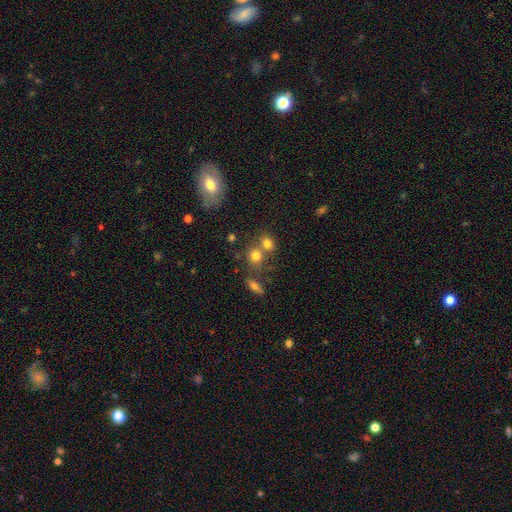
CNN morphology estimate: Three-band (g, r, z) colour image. It shows a smooth galaxy with no disk features (76%) that is round (76%). Merging: none (48%).